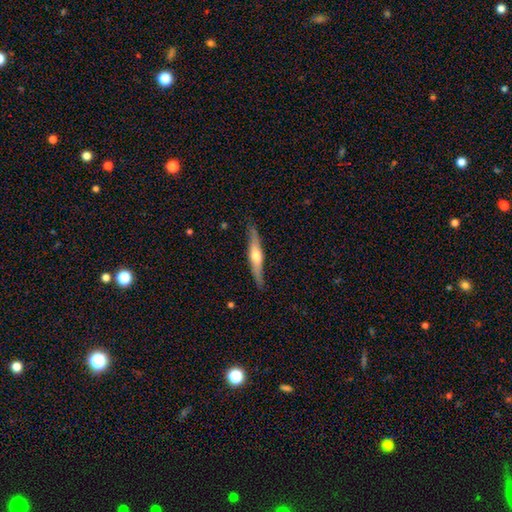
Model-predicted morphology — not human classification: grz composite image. It shows a featured or disk galaxy (60%) viewed edge-on (94%) with a rounded central bulge (88%). Merging: none (86%).